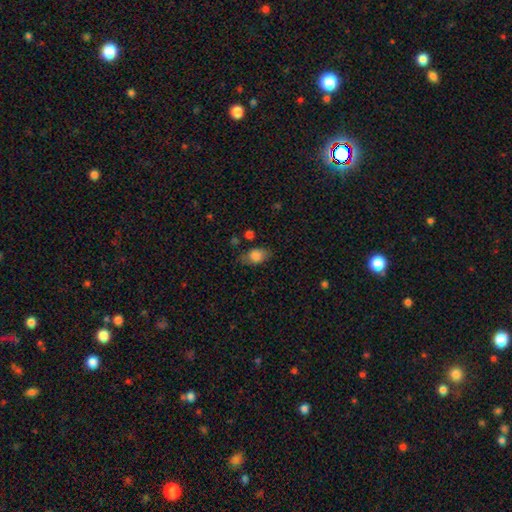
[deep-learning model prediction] smooth-or-featured: smooth: 81% | featured or disk: 10% | star or artifact: 9%
  how-rounded: in between: 81% | round: 17% | cigar-shaped: 2%
  merging: none: 65% | minor disturbance: 23% | major disturbance: 8% | merger: 3%